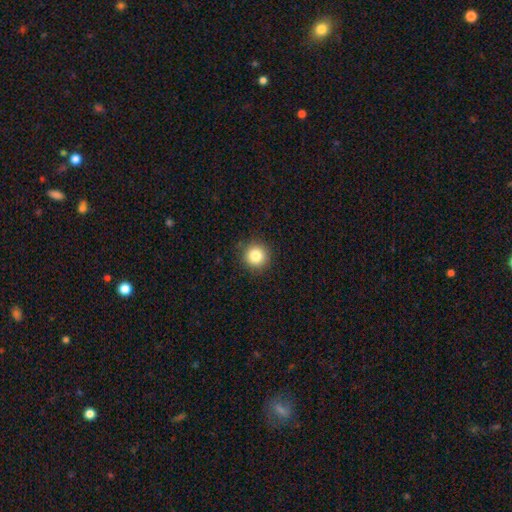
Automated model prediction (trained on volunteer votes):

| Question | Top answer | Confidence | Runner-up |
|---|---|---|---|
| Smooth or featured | smooth | 83% | star or artifact (11%) |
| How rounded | round | 95% | in between (4%) |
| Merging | none | 91% | minor disturbance (6%) |